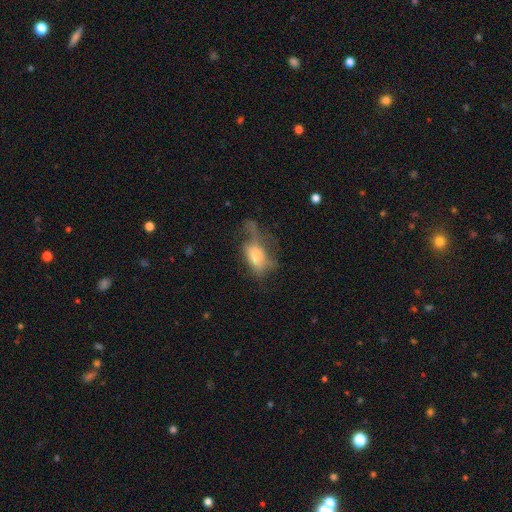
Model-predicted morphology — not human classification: The model was most divided on "smooth or featured": smooth: 52%, featured or disk: 37%, star or artifact: 11%. Remaining: how rounded — in between (82%); merging — major disturbance (49%).